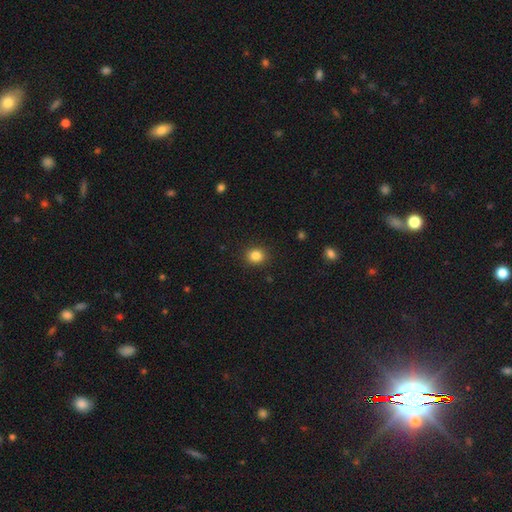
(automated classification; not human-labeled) smooth 84%, star or artifact 11%, featured or disk 5%. Down the decision tree: how rounded — round (76%); merging — none (91%).